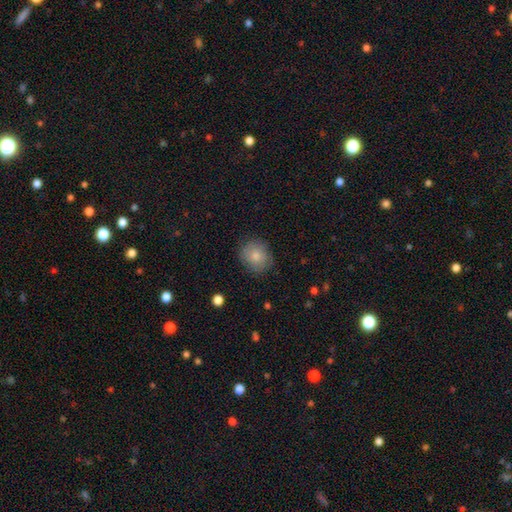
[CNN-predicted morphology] This appears to be a smooth galaxy with no disk features (81%) that is round (77%). Merging: none (81%).